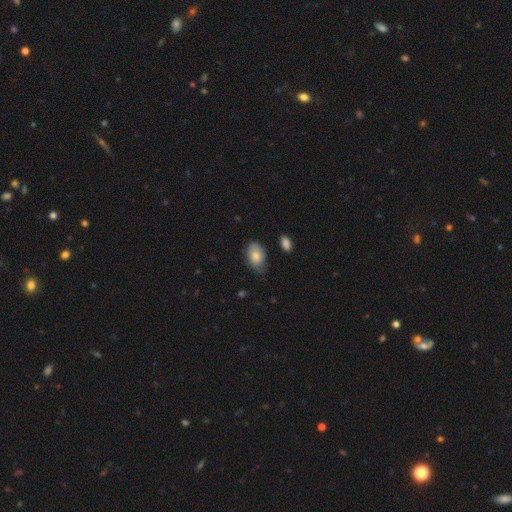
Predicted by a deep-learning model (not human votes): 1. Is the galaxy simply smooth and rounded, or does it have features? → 81% smooth, 12% featured or disk, 7% star or artifact.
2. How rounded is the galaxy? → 90% in between, 8% round, 1% cigar-shaped.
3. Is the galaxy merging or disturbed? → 66% none, 27% minor disturbance, 5% major disturbance, 2% merger.